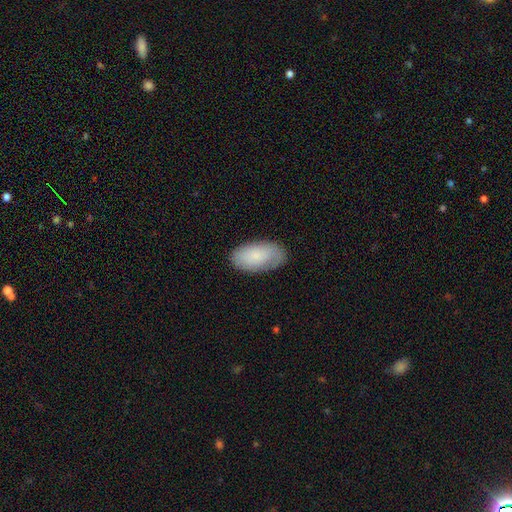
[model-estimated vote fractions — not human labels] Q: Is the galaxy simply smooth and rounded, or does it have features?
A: smooth — 77%.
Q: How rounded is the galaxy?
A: in between — 95%.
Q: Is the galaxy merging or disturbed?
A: none — 78%.